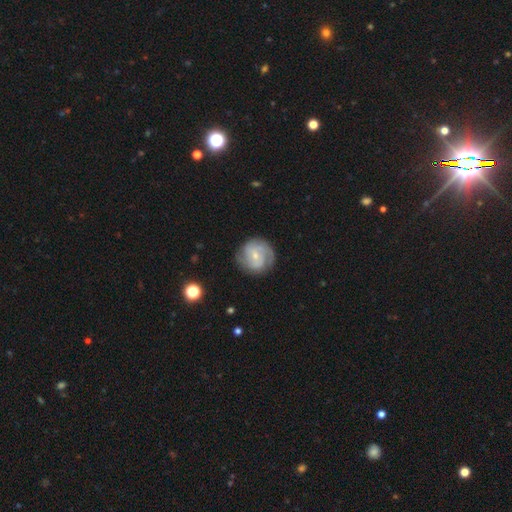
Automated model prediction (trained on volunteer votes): Overall: featured or disk (76%). Edge-on disk: no (98%). Bar: no (51%; weak 41%). Spiral arms: yes (94%). Spiral arm count: 2 (46%; can't tell 21%). Spiral winding: tight (52%; medium 38%). Bulge size: small (67%; moderate 28%). Merging: none (78%).